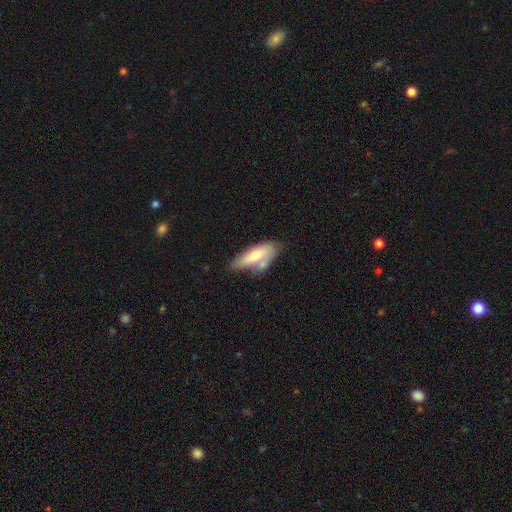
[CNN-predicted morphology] smooth 60%, featured or disk 34%, star or artifact 6%. Down the decision tree: how rounded — in between (68%); merging — none (40%).